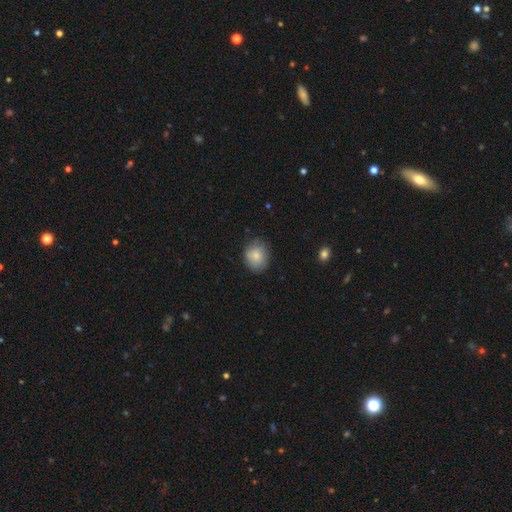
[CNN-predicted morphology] Overall: smooth (79%). How rounded: round (61%; in between 38%). Merging: none (76%).